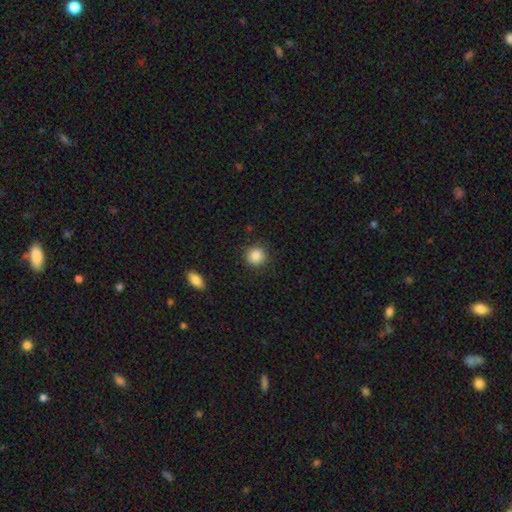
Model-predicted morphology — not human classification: smooth 87%, star or artifact 9%, featured or disk 4%. Down the decision tree: how rounded — round (87%); merging — none (86%).